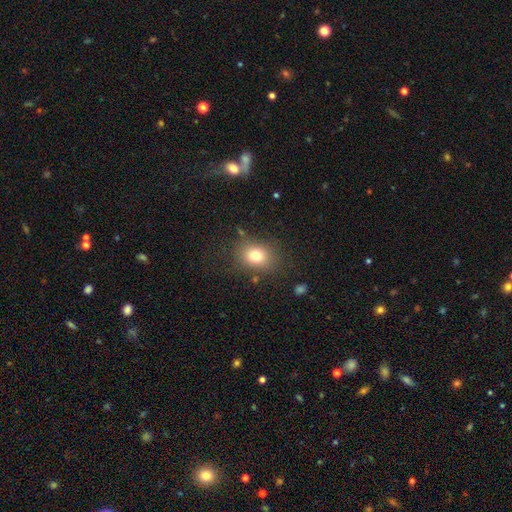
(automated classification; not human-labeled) The model was most divided on "how rounded": round: 54%, in between: 45%, cigar-shaped: 1%. More confident: merging — none (80%); smooth or featured — smooth (77%).